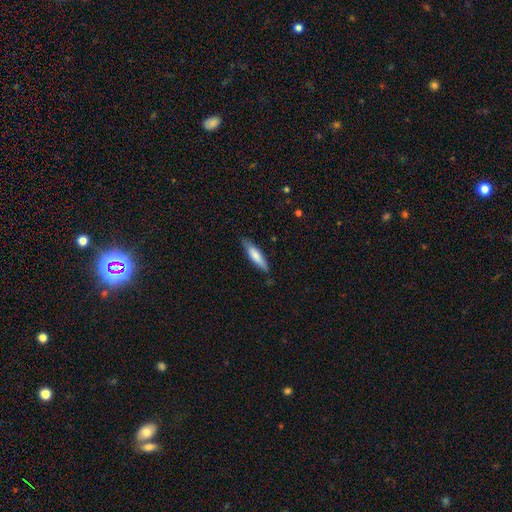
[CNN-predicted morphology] smooth_or_featured: smooth (p=0.74) [alt: featured or disk p=0.21]
how_rounded: cigar-shaped (p=0.71) [alt: in between p=0.28]
merging: none (p=0.80) [alt: minor disturbance p=0.17]